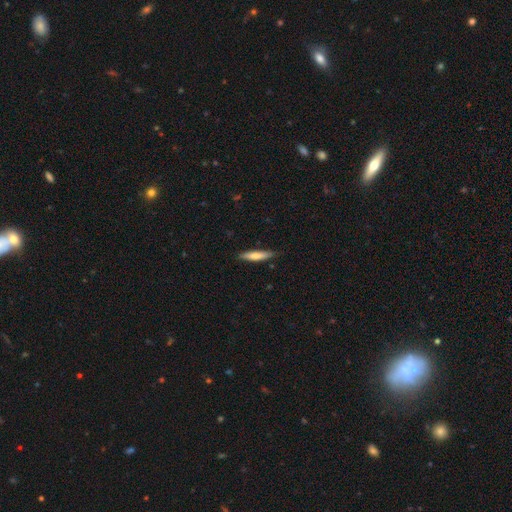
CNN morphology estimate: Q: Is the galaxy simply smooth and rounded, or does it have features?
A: smooth — 71%.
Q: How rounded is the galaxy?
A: cigar-shaped — 85%.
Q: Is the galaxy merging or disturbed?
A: none — 83%.